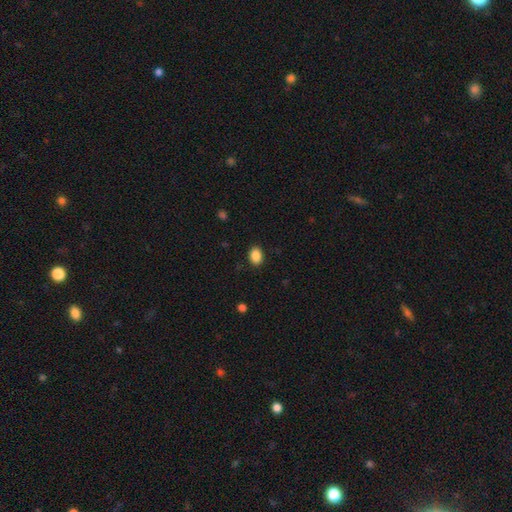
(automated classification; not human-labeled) Smooth or featured: smooth — 88% (star or artifact — 9%)
How rounded: in between — 77% (round — 22%)
Merging: none — 89% (minor disturbance — 8%)